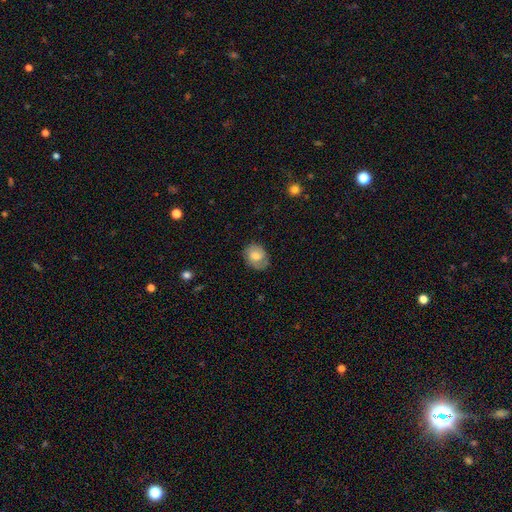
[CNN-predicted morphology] smooth_or_featured: smooth (p=0.56) [alt: featured or disk p=0.36]
how_rounded: in between (p=0.51) [alt: round p=0.48]
merging: none (p=0.70) [alt: minor disturbance p=0.22]